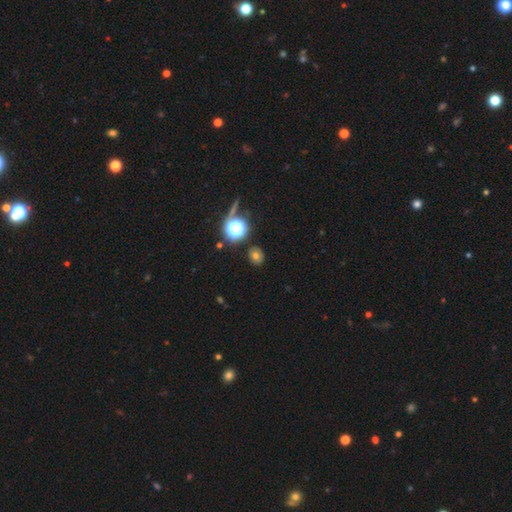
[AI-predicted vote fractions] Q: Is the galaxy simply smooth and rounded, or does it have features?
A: smooth — 66%.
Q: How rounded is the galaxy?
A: round — 70%.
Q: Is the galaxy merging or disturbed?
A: none — 86%.